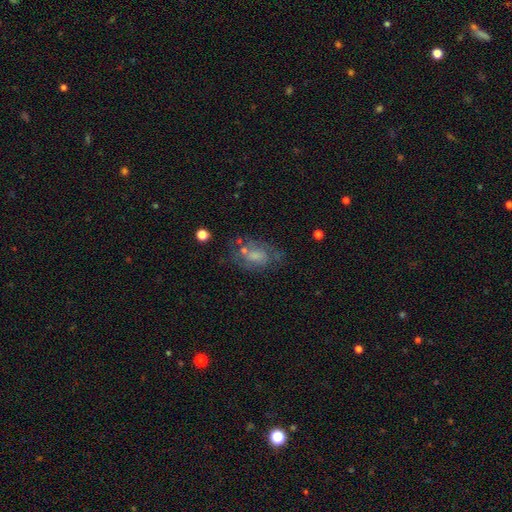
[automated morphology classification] This is possibly a featured or disk galaxy (48%). Merging: possibly none (49%).